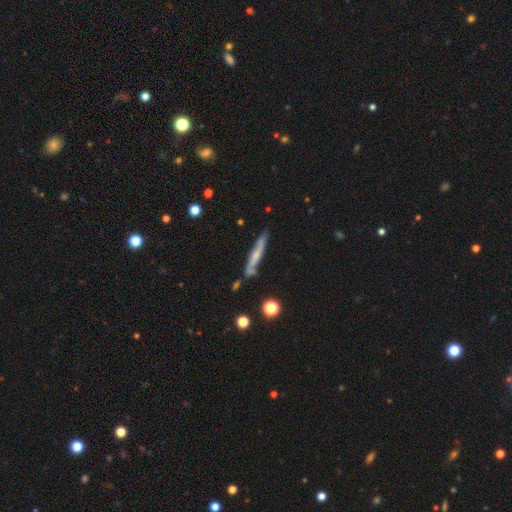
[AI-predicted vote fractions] Morphology: type=featured or disk (54%); edge-on=yes (77%); merging=none (73%).